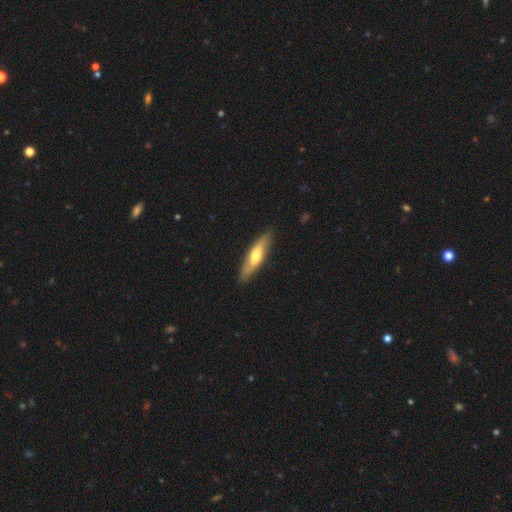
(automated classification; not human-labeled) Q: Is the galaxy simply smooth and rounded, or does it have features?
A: smooth — 53%.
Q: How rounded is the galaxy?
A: cigar-shaped — 70%.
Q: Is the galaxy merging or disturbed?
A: none — 86%.